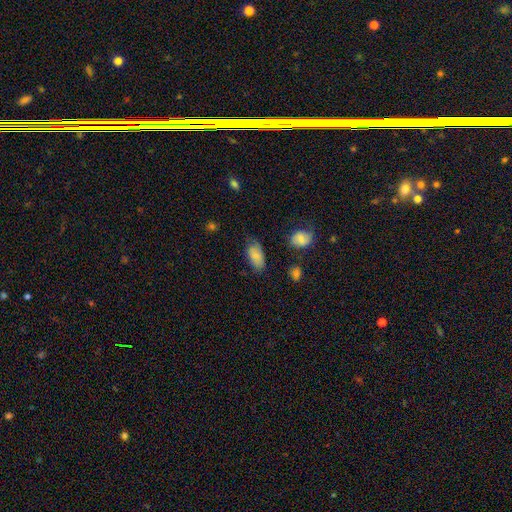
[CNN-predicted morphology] The model was most divided on "merging": none: 64%, minor disturbance: 26%, major disturbance: 7%, merger: 3%. More confident: how rounded — in between (94%); smooth or featured — smooth (80%).